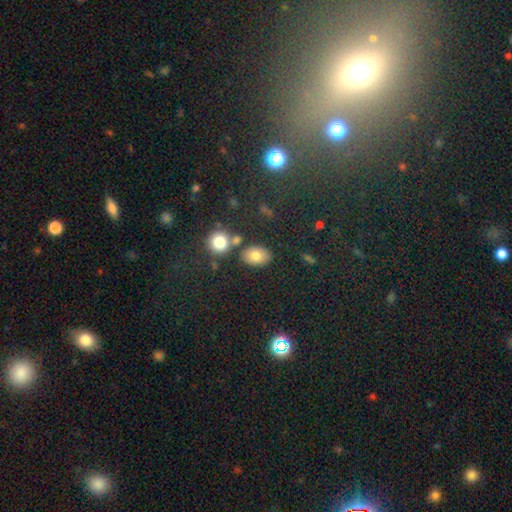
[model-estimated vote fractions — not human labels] Smooth or featured: smooth — 77% (featured or disk — 12%)
How rounded: in between — 75% (round — 23%)
Merging: none — 76% (minor disturbance — 11%)